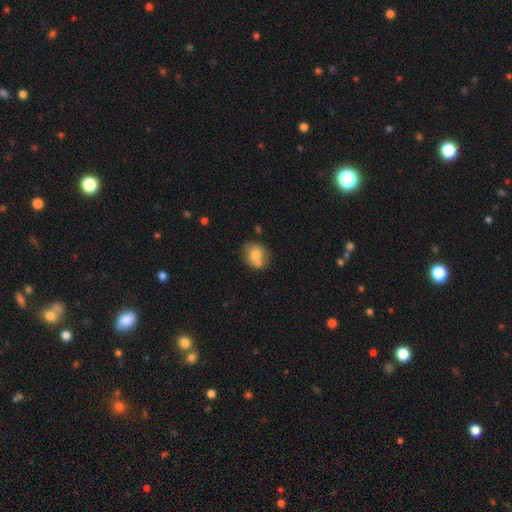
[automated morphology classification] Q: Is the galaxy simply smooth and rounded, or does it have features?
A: smooth — 74%.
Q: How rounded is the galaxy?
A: round — 66%.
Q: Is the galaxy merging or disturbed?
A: none — 55%.